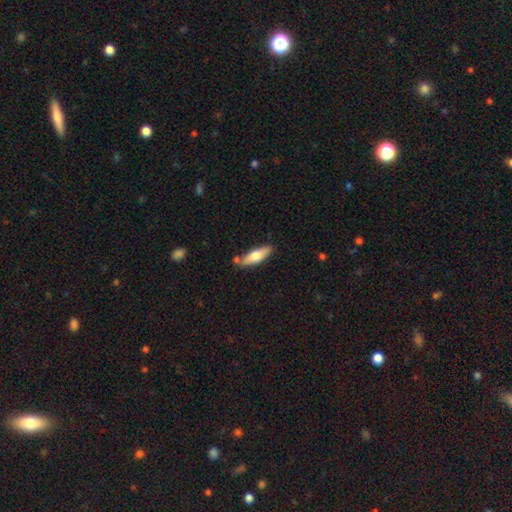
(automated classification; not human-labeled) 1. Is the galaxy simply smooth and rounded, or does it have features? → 63% smooth, 31% featured or disk, 5% star or artifact.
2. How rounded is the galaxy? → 55% cigar-shaped, 43% in between, 2% round.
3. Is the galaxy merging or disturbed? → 76% none, 14% minor disturbance, 7% merger, 3% major disturbance.